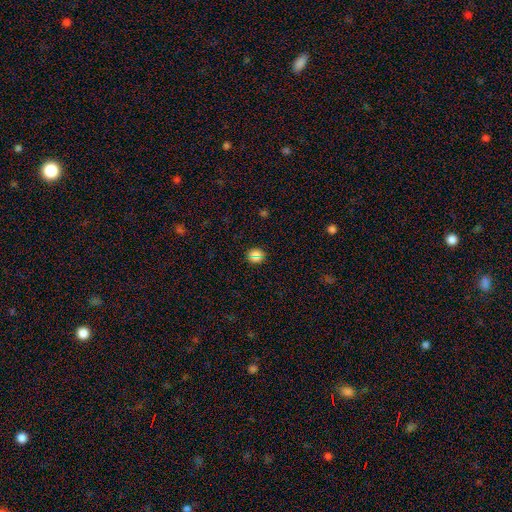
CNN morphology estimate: smooth_or_featured: smooth (p=0.63) [alt: star or artifact p=0.29]
how_rounded: round (p=0.73) [alt: in between p=0.24]
merging: none (p=0.86) [alt: minor disturbance p=0.08]